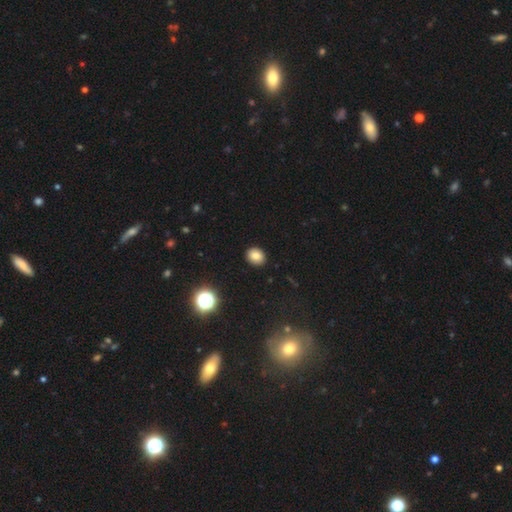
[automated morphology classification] This is clearly a smooth galaxy (81%). How rounded: likely round (62%). Merging: clearly none (91%).